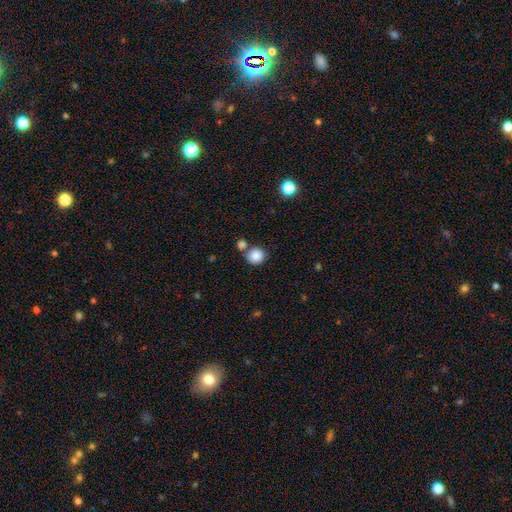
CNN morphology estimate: Q: Smooth or featured?
A: smooth (86%); runner-up: star or artifact (9%)
Q: How rounded?
A: round (89%); runner-up: in between (10%)
Q: Merging?
A: none (68%); runner-up: merger (18%)